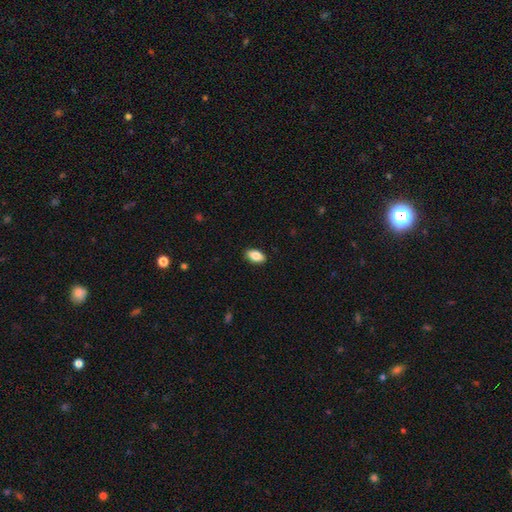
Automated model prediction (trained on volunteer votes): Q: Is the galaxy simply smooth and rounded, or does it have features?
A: smooth — 84%.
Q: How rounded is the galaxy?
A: in between — 91%.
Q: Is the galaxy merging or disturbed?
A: none — 89%.